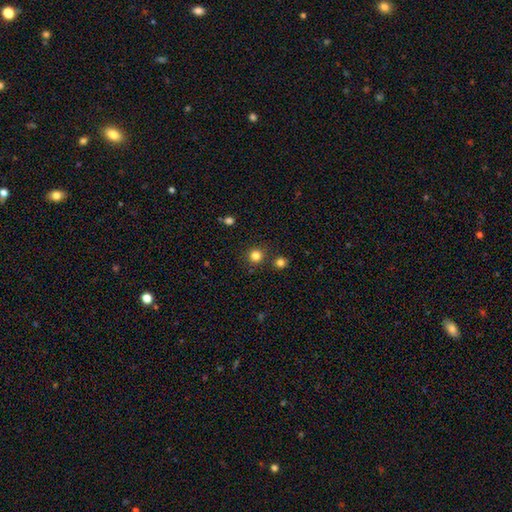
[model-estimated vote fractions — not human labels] A smooth galaxy with no disk features (82%) that is round (94%).

Vote fractions:
- Smooth or featured? smooth: 82% / star or artifact: 14% / featured or disk: 4%
- How rounded? round: 94% / in between: 5% / cigar-shaped: 1%
- Merging? none: 87% / minor disturbance: 6% / merger: 5% / major disturbance: 2%